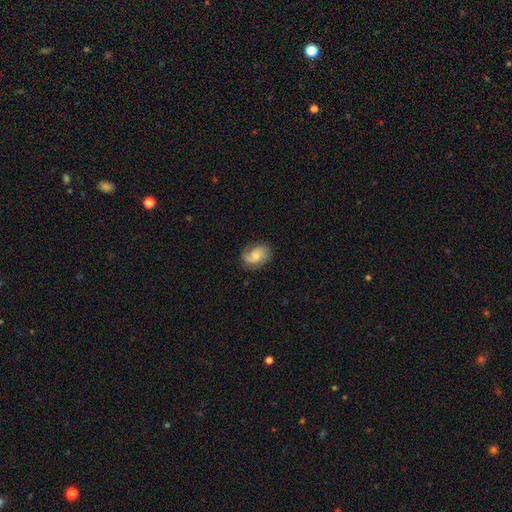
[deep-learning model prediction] Morphology: type=featured or disk (54%); edge-on=no (97%); bar=no (71%); spiral arms=yes (90%); bulge=small (47%); merging=none (71%).